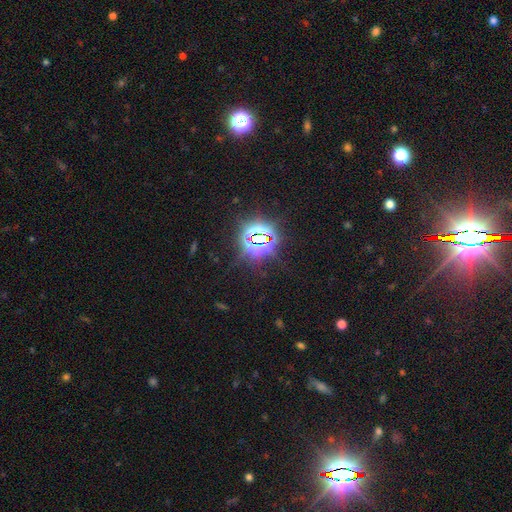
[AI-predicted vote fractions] smooth-or-featured: star or artifact: 83% | smooth: 11% | featured or disk: 6%